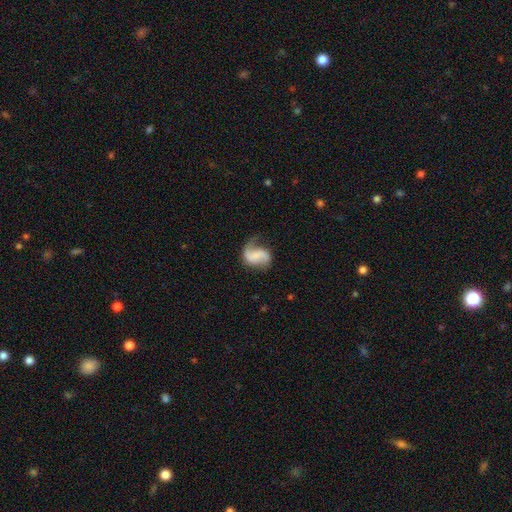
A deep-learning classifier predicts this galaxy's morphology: Overall: featured or disk (69%). Edge-on disk: no (98%). Bar: no (43%; weak 36%). Spiral arms: yes (92%). Spiral arm count: 2 (79%). Spiral winding: loose (64%; medium 28%). Bulge size: none (62%). Merging: none (53%; minor disturbance 25%).